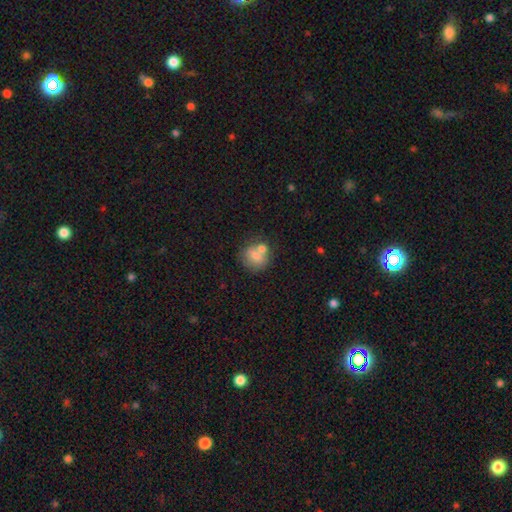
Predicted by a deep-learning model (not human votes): Smooth or featured? smooth (71%)
How rounded? round (78%)
Merging? none (52%)